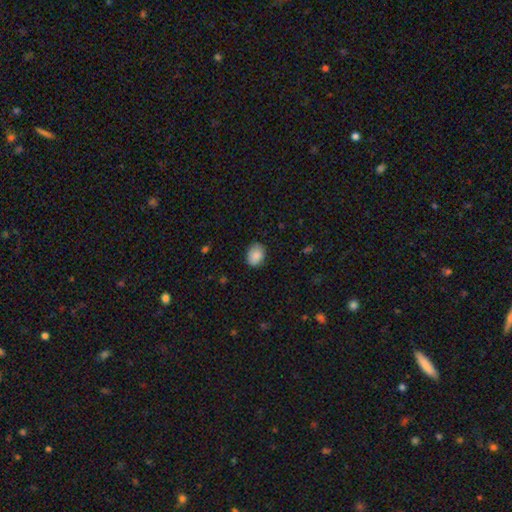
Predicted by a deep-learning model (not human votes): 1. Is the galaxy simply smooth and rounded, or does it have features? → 87% smooth, 8% star or artifact, 5% featured or disk.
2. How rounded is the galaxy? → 63% in between, 36% round, 1% cigar-shaped.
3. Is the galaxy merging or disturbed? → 79% none, 17% minor disturbance, 3% major disturbance, 1% merger.